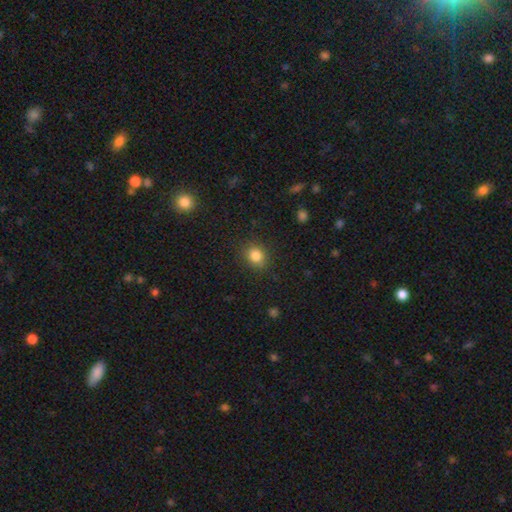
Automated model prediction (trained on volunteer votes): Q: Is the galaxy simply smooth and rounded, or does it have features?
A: smooth — 84%.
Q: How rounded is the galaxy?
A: round — 70%.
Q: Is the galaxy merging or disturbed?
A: none — 87%.